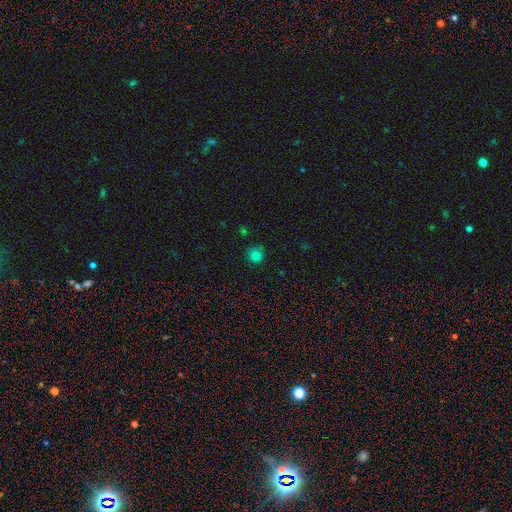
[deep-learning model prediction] A smooth galaxy with no disk features (80%) that is round (93%).

Vote fractions:
- Smooth or featured? smooth: 80% / star or artifact: 14% / featured or disk: 6%
- How rounded? round: 93% / in between: 6% / cigar-shaped: 1%
- Merging? none: 84% / minor disturbance: 12% / major disturbance: 2% / merger: 2%